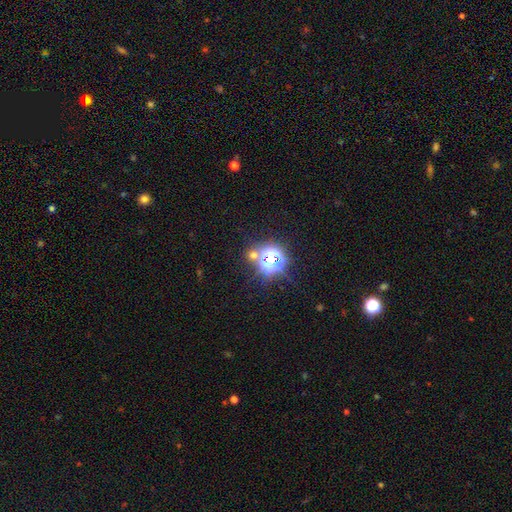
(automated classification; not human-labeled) This is likely a star or artifact rather than a galaxy (70%).